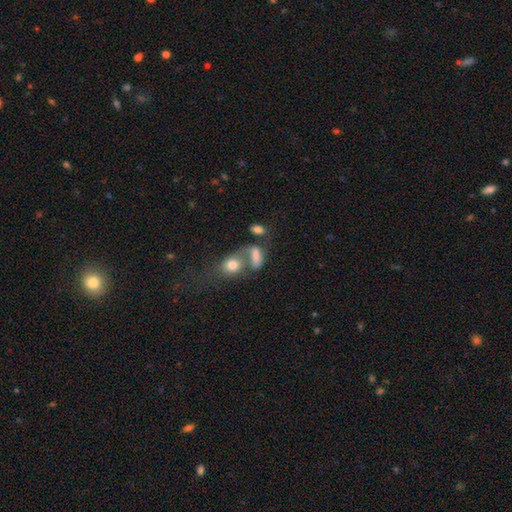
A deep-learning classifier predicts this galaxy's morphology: Overall: smooth (73%). How rounded: in between (78%). Merging: merger (48%; none 27%).